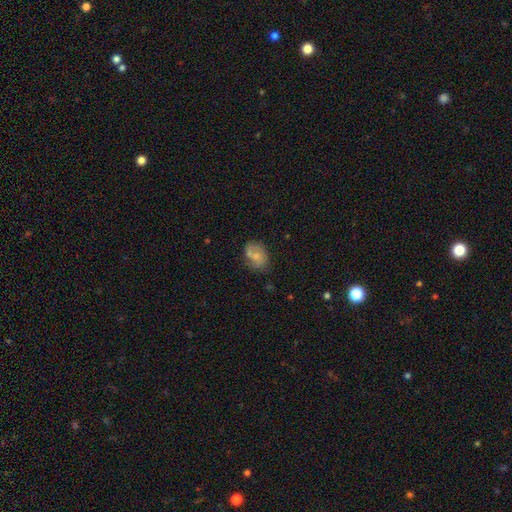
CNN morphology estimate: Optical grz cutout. It shows a smooth galaxy with no disk features (58%) that is in between round and cigar-shaped (72%). Merging: none (52%).